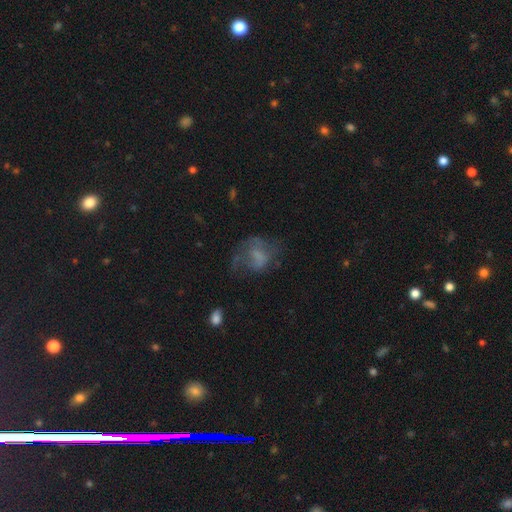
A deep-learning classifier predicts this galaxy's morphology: This is marginally a featured or disk galaxy (44%). Merging: marginally none (40%).